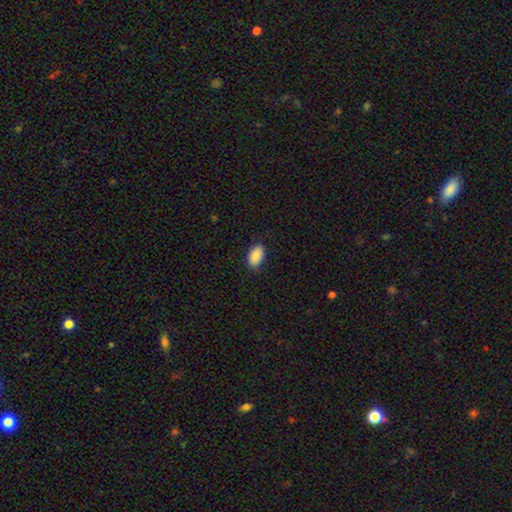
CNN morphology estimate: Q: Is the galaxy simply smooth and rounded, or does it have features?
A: smooth — 88%.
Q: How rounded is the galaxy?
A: in between — 93%.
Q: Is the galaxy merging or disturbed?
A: none — 80%.